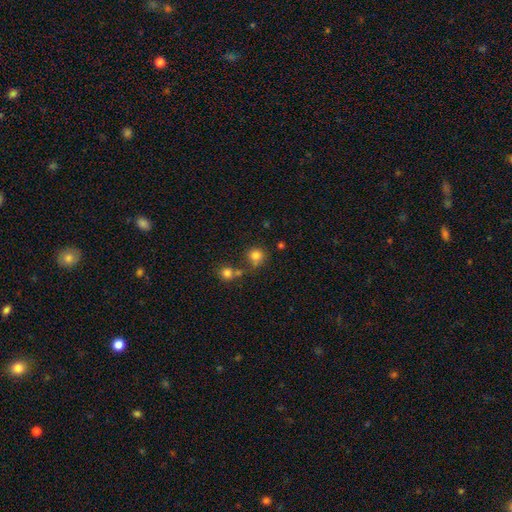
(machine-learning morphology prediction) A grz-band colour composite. It shows a smooth galaxy with no disk features (80%) that is round (87%). Merging: none (57%).